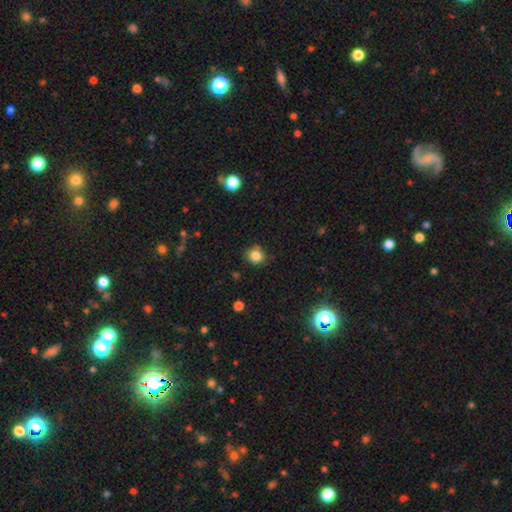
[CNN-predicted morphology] type=smooth (83%); roundness=round (90%); merging=none (83%).